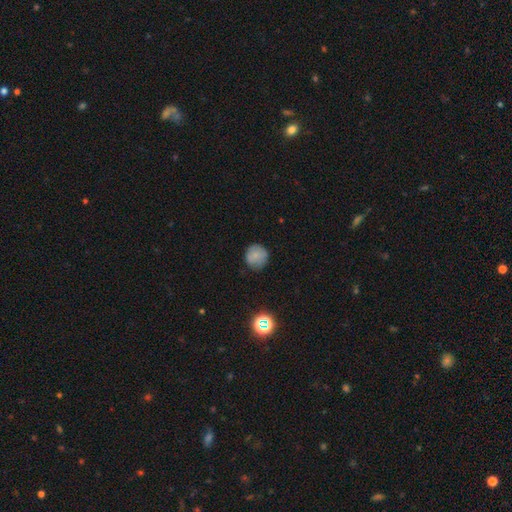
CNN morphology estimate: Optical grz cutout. It shows a smooth galaxy with no disk features (78%) that is round (91%). Merging: none (80%).